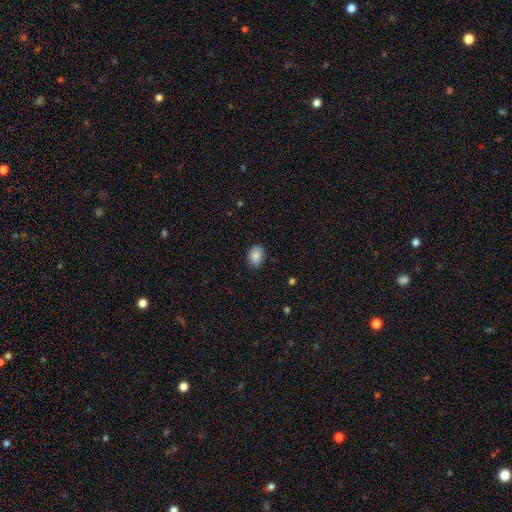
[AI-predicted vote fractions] Q: Smooth or featured?
A: smooth (88%); runner-up: star or artifact (8%)
Q: How rounded?
A: in between (64%); runner-up: round (35%)
Q: Merging?
A: none (86%); runner-up: minor disturbance (11%)